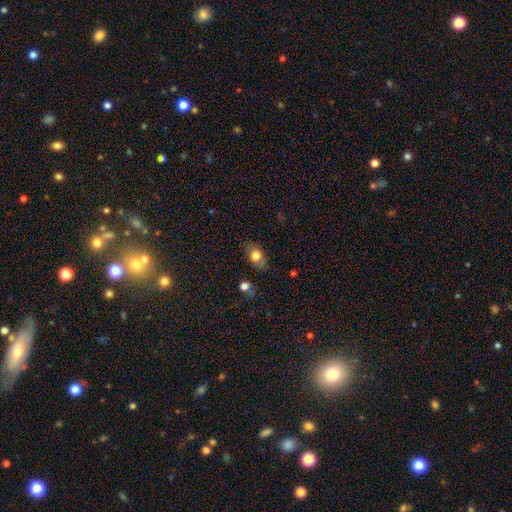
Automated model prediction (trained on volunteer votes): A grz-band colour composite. It shows a smooth galaxy with no disk features (75%) that is in between round and cigar-shaped (74%). Merging: none (75%).